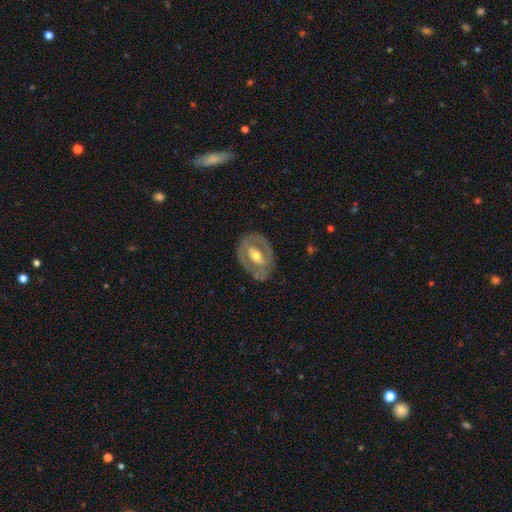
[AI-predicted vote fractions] A featured or disk galaxy (72%) with a weak bar (36%), no spiral arms (57%) and a moderate central bulge (70%).

Vote fractions:
- Smooth or featured? featured or disk: 72% / smooth: 23% / star or artifact: 5%
- Edge-on disk? no: 93% / yes: 7%
- Bar? weak: 36% / no: 33% / strong: 30%
- Spiral arms? no: 57% / yes: 43%
- Bulge size? moderate: 70% / small: 20% / large: 8% / none: 1% / dominant: 1%
- Merging? none: 76% / minor disturbance: 16% / major disturbance: 6% / merger: 1%